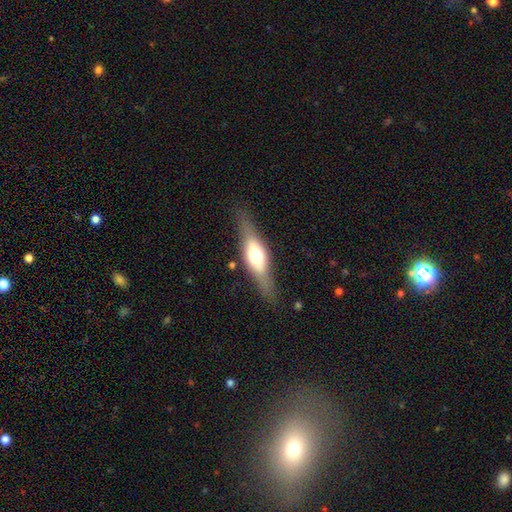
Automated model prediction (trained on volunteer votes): Overall: featured or disk (58%; smooth 36%). Edge-on disk: yes (89%). Edge-on bulge: rounded (88%). Merging: none (80%).